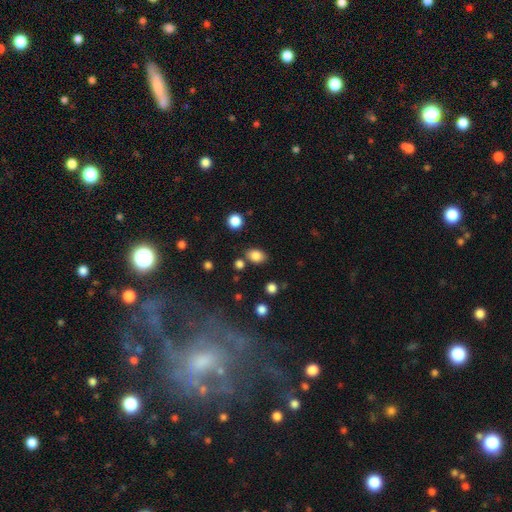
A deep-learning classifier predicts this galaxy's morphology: This appears to be a smooth galaxy with no disk features (84%) that is in between round and cigar-shaped (76%). Merging: none (77%).